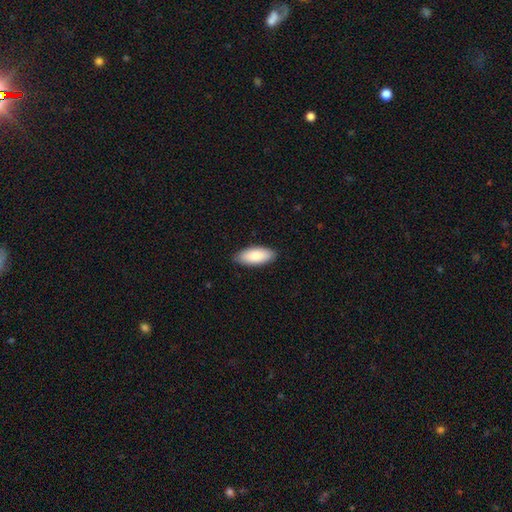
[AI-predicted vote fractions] smooth 87%, featured or disk 8%, star or artifact 5%. Down the decision tree: how rounded — in between (86%); merging — none (88%).